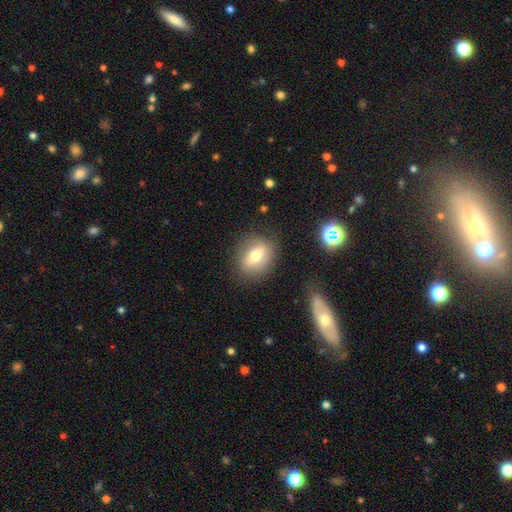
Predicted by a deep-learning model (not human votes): Smooth or featured? smooth (60%)
How rounded? in between (52%)
Merging? none (80%)